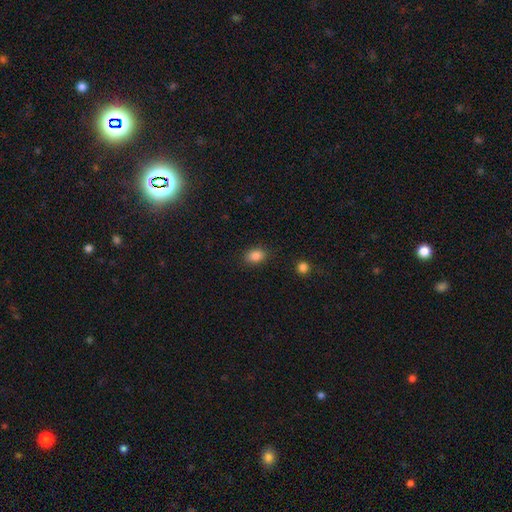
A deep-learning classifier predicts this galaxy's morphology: Smooth or featured? Predicted: smooth (p=0.86). How rounded? Predicted: in between (p=0.74). Merging? Predicted: none (p=0.87).